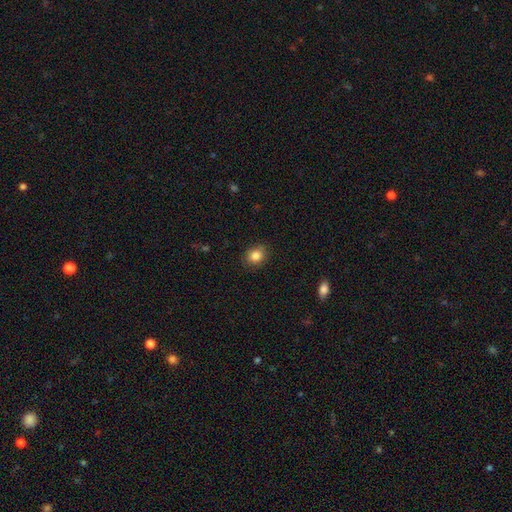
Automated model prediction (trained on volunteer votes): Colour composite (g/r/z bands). It shows a smooth galaxy with no disk features (85%) that is round (59%). Merging: none (87%).